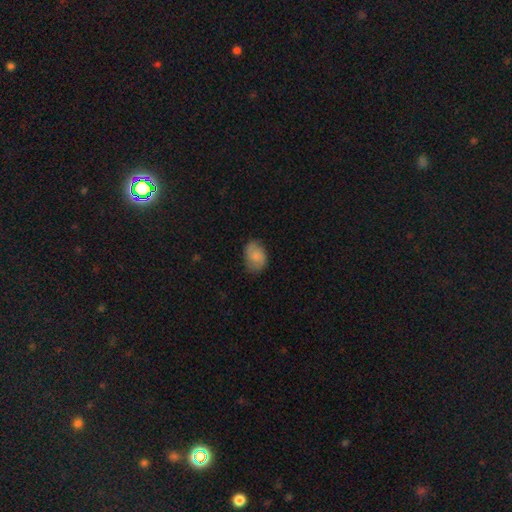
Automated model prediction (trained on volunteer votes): This is likely a smooth galaxy (74%). How rounded: likely in between (74%). Merging: likely none (71%).